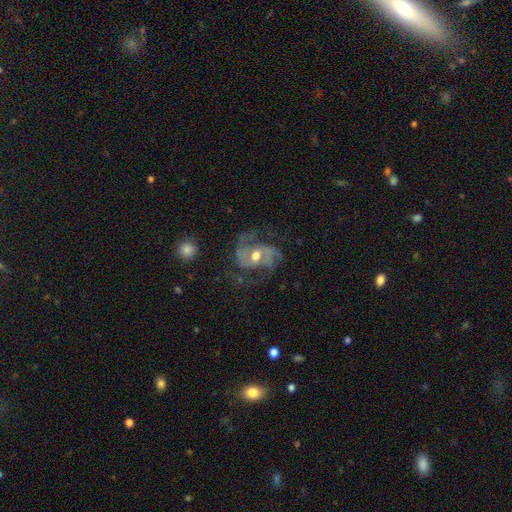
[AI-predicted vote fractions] Overall: featured or disk (86%). Edge-on disk: no (97%). Bar: no (44%; weak 42%). Spiral arms: yes (95%). Spiral arm count: 2 (65%). Spiral winding: medium (55%; loose 26%). Bulge size: moderate (73%). Merging: none (58%; major disturbance 20%).